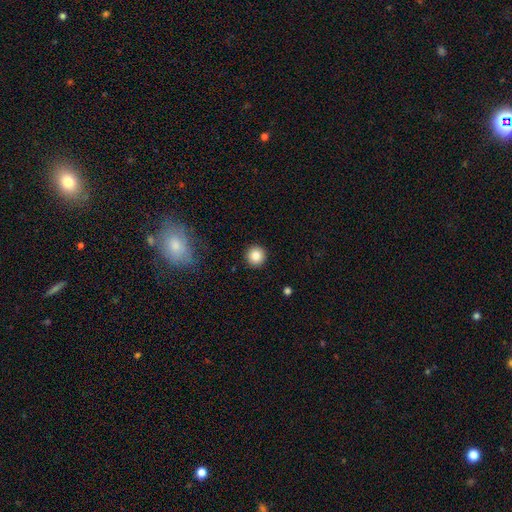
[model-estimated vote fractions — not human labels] smooth-or-featured: smooth: 85% | star or artifact: 10% | featured or disk: 6%
  how-rounded: round: 95% | in between: 4% | cigar-shaped: 1%
  merging: none: 92% | minor disturbance: 5% | major disturbance: 2% | merger: 1%